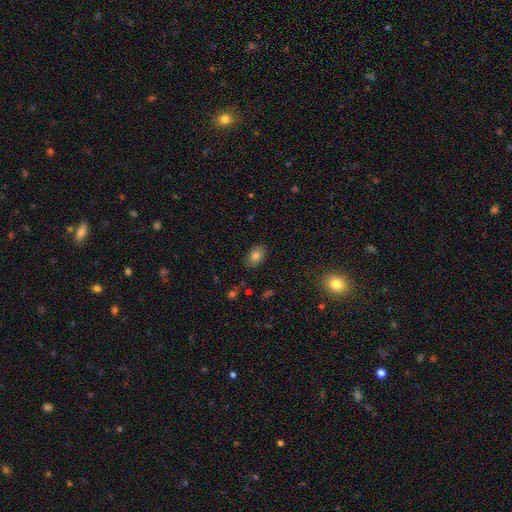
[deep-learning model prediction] Smooth or featured? smooth (80%)
How rounded? in between (80%)
Merging? none (83%)